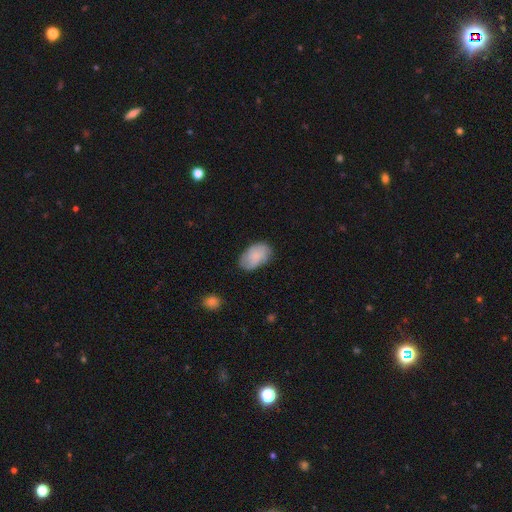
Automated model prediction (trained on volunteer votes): smooth_or_featured: smooth (p=0.68) [alt: featured or disk p=0.25]
how_rounded: in between (p=0.91) [alt: round p=0.08]
merging: none (p=0.74) [alt: minor disturbance p=0.20]